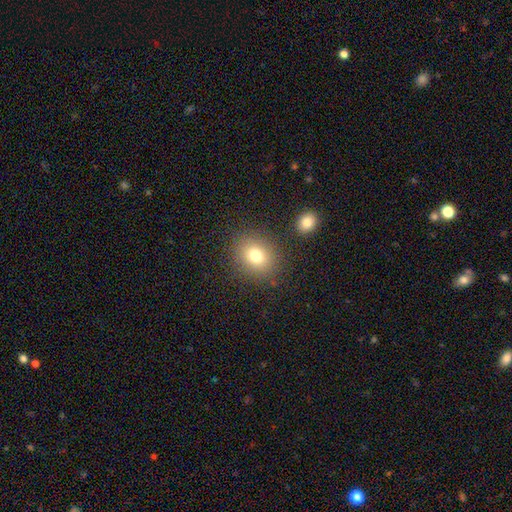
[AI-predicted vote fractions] Smooth or featured?
  - smooth: 77% *
  - star or artifact: 13%
  - featured or disk: 10%
How rounded?
  - round: 68% *
  - in between: 32%
  - cigar-shaped: 1%
Merging?
  - none: 84% *
  - minor disturbance: 9%
  - major disturbance: 4%
  - merger: 3%